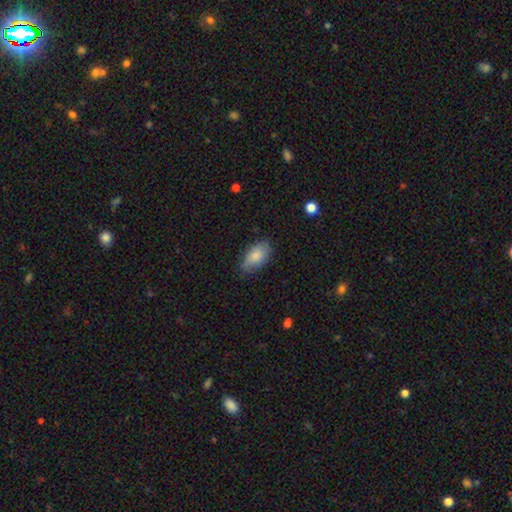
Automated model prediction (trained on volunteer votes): smooth-or-featured: smooth: 82% | featured or disk: 11% | star or artifact: 7%
  how-rounded: in between: 92% | cigar-shaped: 4% | round: 4%
  merging: none: 73% | minor disturbance: 21% | major disturbance: 4% | merger: 1%